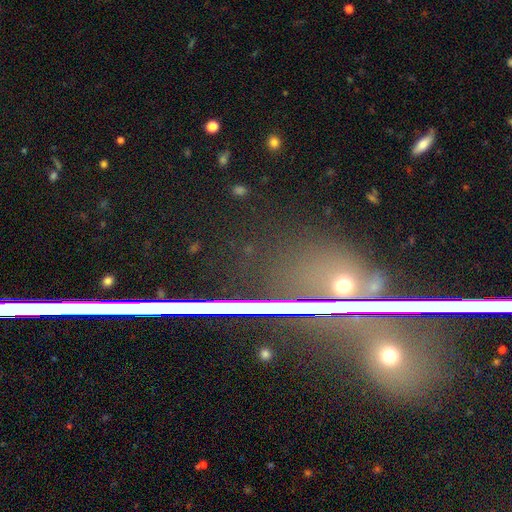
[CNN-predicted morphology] A star or artifact, not a galaxy (69%).

Vote fractions:
- Smooth or featured? star or artifact: 69% / smooth: 15% / featured or disk: 15%